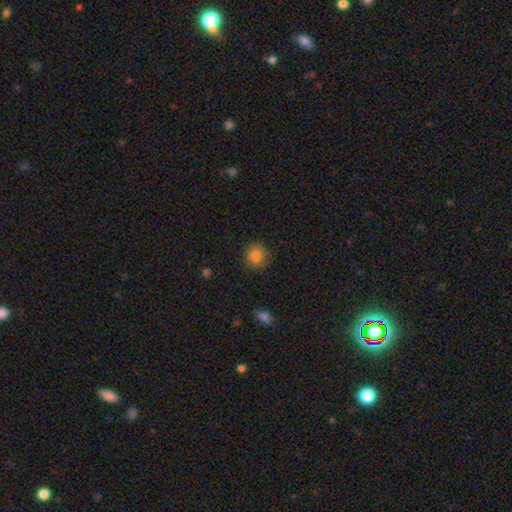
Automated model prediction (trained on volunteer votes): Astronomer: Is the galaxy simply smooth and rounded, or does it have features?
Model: smooth — 85%.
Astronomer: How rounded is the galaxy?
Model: round — 81%.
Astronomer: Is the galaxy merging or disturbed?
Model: none — 86%.